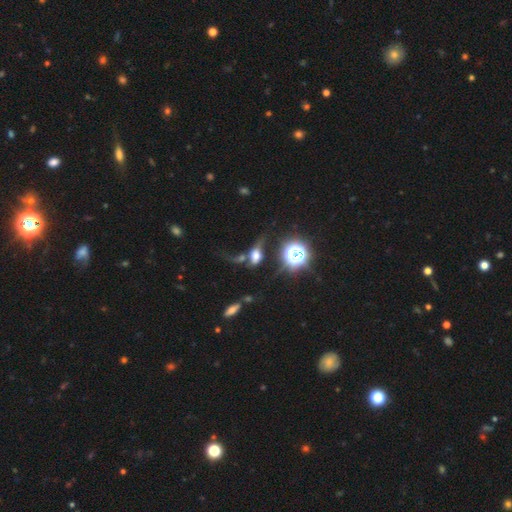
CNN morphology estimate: Overall: smooth (41%; featured or disk 36%). Merging: major disturbance (31%; none 30%).